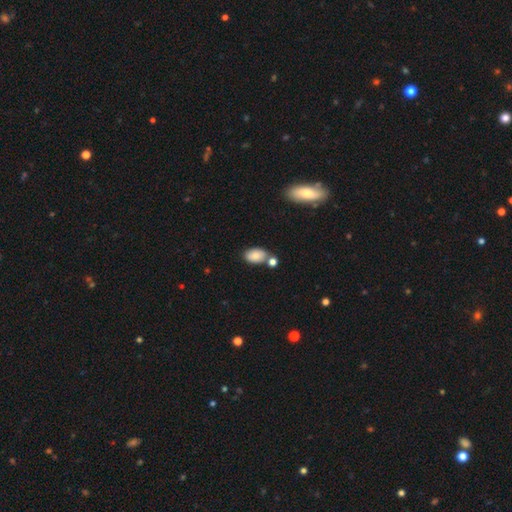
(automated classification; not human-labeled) This appears to be a smooth galaxy with no disk features (82%) that is in between round and cigar-shaped (91%). Merging: none (64%).